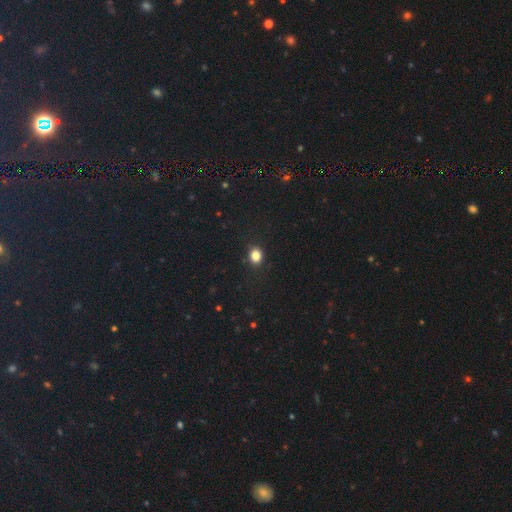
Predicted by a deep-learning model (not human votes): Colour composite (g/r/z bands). It shows a smooth galaxy with no disk features (84%) that is round (54%). Merging: none (88%).